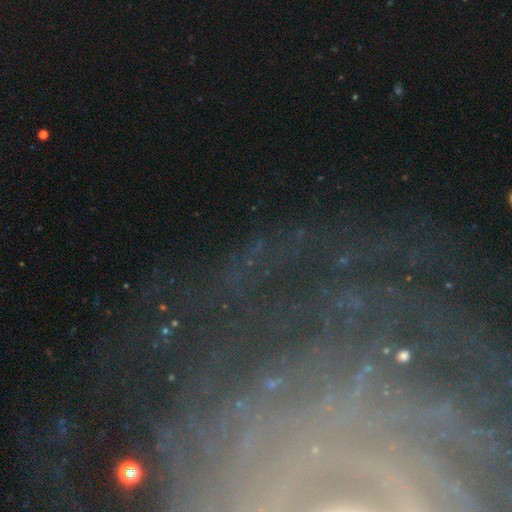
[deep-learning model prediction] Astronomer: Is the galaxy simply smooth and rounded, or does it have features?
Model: featured or disk — 57%.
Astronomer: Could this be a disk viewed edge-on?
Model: no — 87%.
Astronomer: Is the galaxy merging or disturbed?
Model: none — 74%.